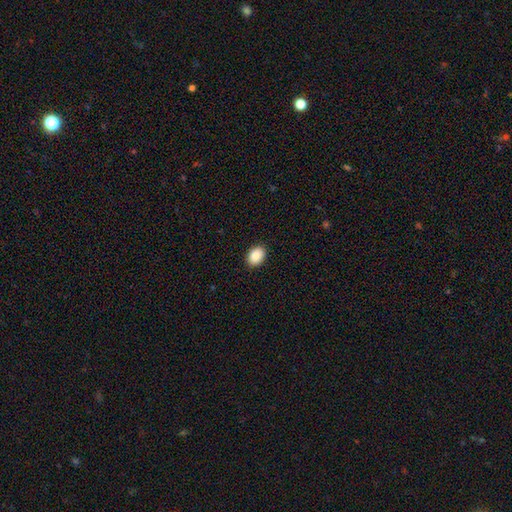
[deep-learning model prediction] smooth_or_featured: smooth (p=0.90) [alt: star or artifact p=0.07]
how_rounded: in between (p=0.77) [alt: round p=0.22]
merging: none (p=0.90) [alt: minor disturbance p=0.07]